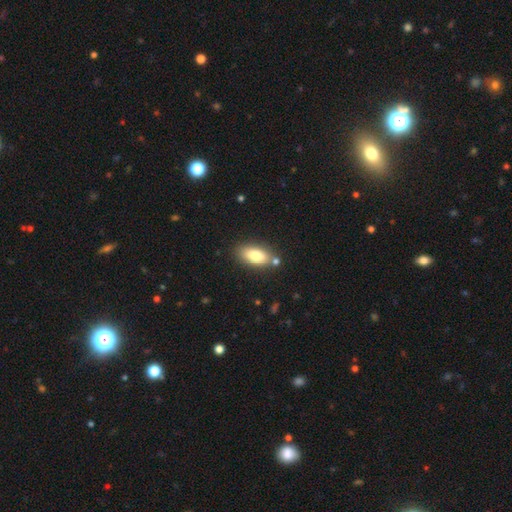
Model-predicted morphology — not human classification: A smooth galaxy with no disk features (80%) that is in between round and cigar-shaped (88%).

Vote fractions:
- Smooth or featured? smooth: 80% / featured or disk: 13% / star or artifact: 7%
- How rounded? in between: 88% / cigar-shaped: 8% / round: 4%
- Merging? none: 75% / minor disturbance: 13% / merger: 9% / major disturbance: 3%